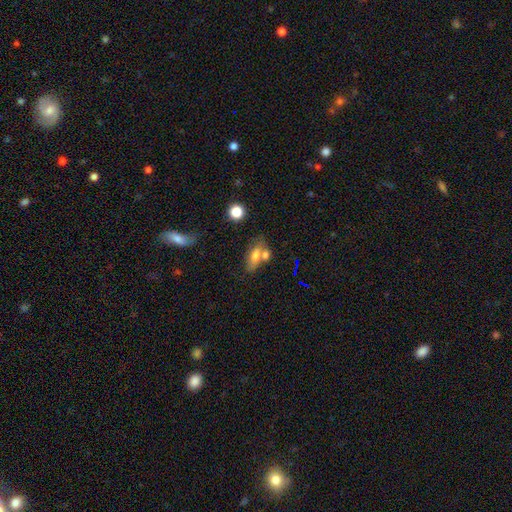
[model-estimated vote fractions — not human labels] Smooth or featured? Predicted: smooth (p=0.63). How rounded? Predicted: in between (p=0.76). Merging? Predicted: none (p=0.44).